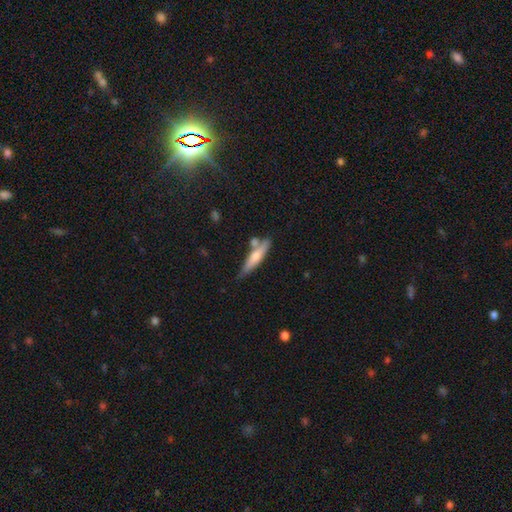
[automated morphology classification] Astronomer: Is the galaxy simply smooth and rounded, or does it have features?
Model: smooth — 55% (runner-up: featured or disk, 39%).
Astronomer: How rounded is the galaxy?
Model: cigar-shaped — 84%.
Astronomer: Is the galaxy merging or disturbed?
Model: none — 64%.